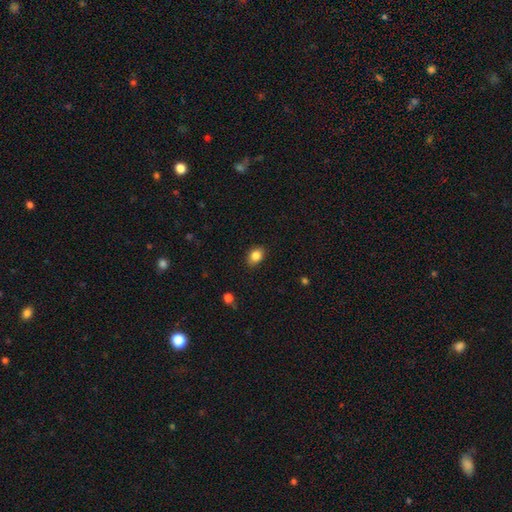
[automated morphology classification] smooth-or-featured: smooth: 85% | star or artifact: 9% | featured or disk: 6%
  how-rounded: in between: 69% | round: 30% | cigar-shaped: 1%
  merging: none: 86% | minor disturbance: 10% | major disturbance: 2% | merger: 1%